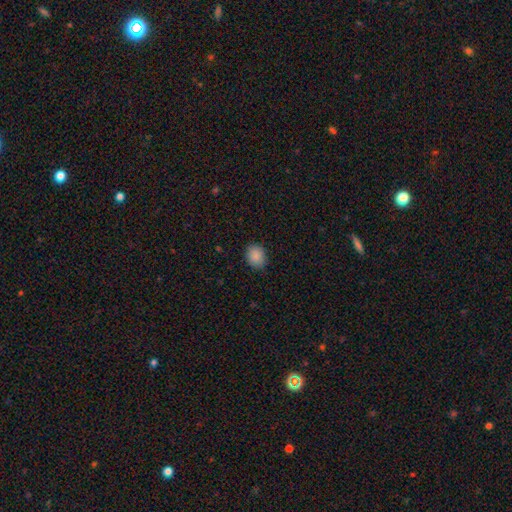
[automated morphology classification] This appears to be a smooth galaxy with no disk features (89%) that is round (55%). Merging: none (87%).